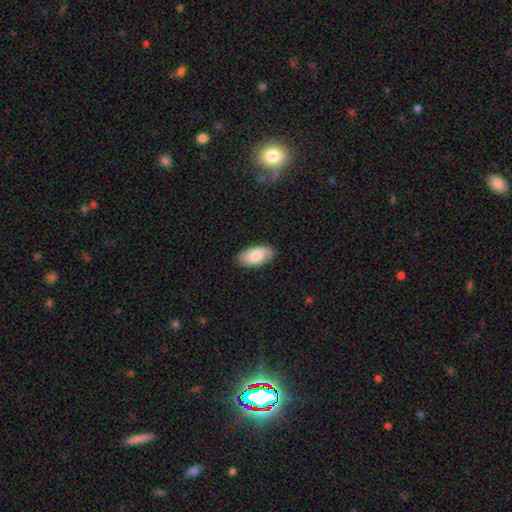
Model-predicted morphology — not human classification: smooth 82%, featured or disk 13%, star or artifact 6%. Down the decision tree: how rounded — in between (95%); merging — none (88%).